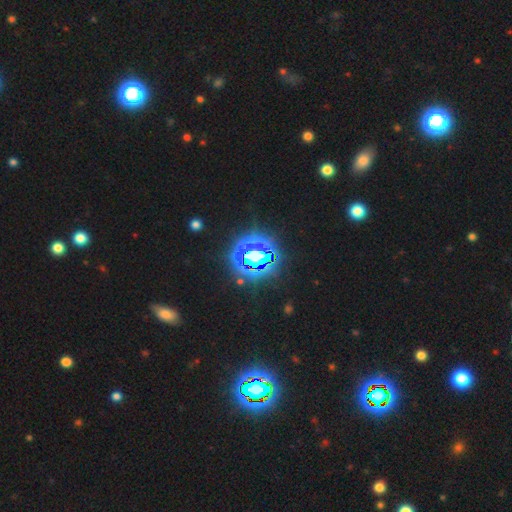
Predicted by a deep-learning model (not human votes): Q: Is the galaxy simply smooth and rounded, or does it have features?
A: star or artifact — 67%.